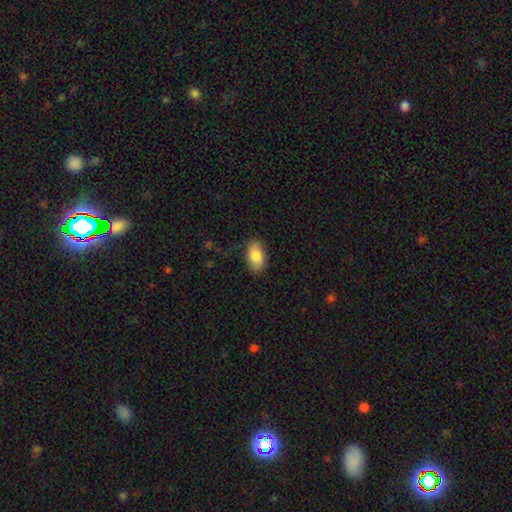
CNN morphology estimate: This appears to be a smooth galaxy with no disk features (84%) that is in between round and cigar-shaped (92%). Merging: none (81%).